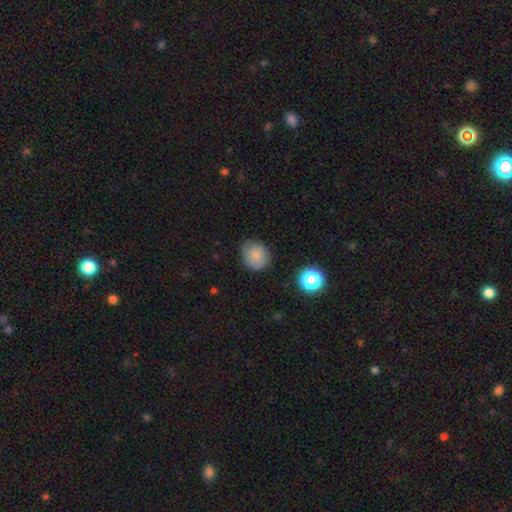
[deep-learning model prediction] smooth-or-featured: smooth: 83% | star or artifact: 10% | featured or disk: 8%
  how-rounded: round: 63% | in between: 37% | cigar-shaped: 1%
  merging: none: 75% | minor disturbance: 19% | major disturbance: 4% | merger: 2%